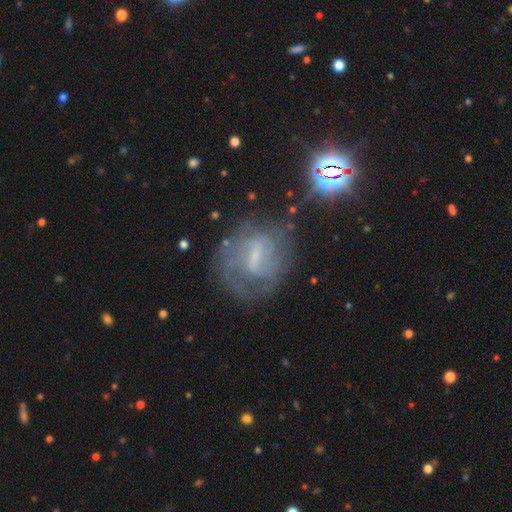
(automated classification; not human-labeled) featured or disk 74%, smooth 14%, star or artifact 13%. Down the decision tree: edge-on disk — no (96%); bar — weak (51%); spiral arms — yes (83%); spiral arm count — can't tell (40%); spiral winding — tight (41%); bulge size — small (55%); merging — none (62%).